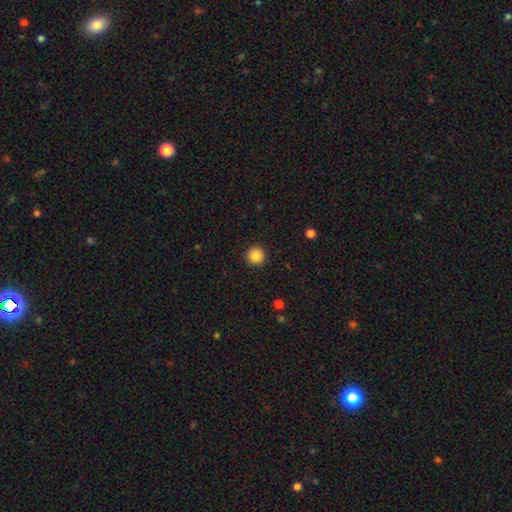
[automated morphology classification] The model was most divided on "smooth or featured": smooth: 87%, star or artifact: 10%, featured or disk: 4%. More confident: how rounded — round (95%); merging — none (92%).